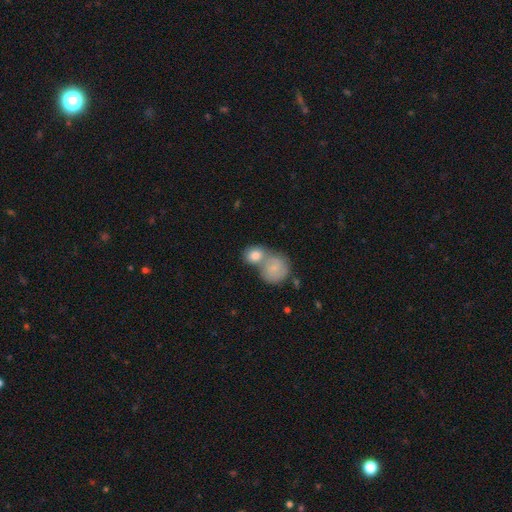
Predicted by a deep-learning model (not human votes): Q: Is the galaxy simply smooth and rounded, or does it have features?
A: smooth — 78%.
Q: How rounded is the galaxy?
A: round — 65%.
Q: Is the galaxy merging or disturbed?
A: merger — 61%.